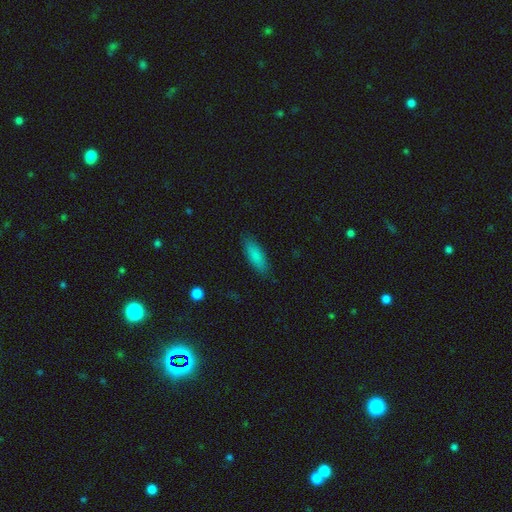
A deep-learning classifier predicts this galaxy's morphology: smooth 84%, featured or disk 9%, star or artifact 7%. Down the decision tree: how rounded — in between (62%); merging — none (86%).